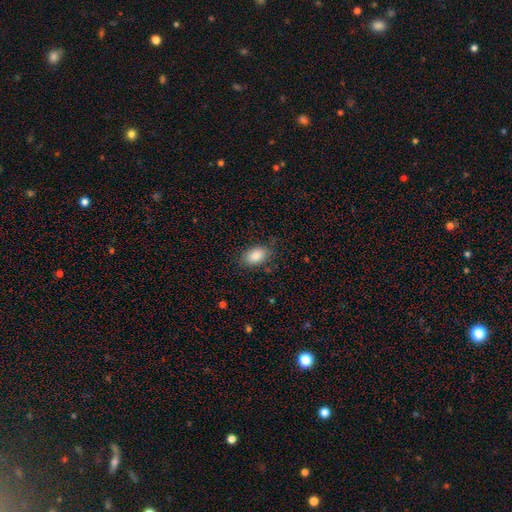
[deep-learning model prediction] Smooth or featured? smooth (85%)
How rounded? in between (88%)
Merging? none (79%)